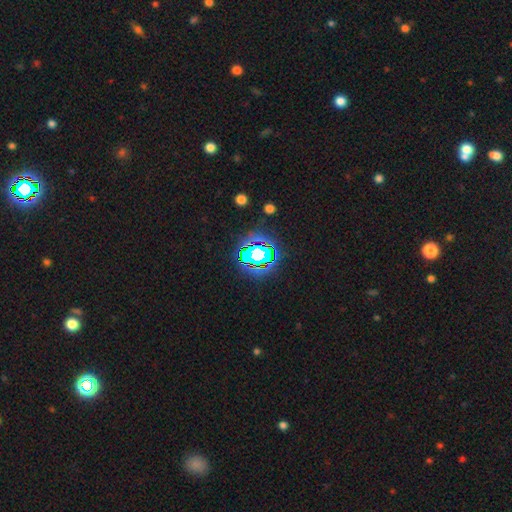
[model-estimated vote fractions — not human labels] Smooth or featured?
  - star or artifact: 78% *
  - smooth: 14%
  - featured or disk: 8%